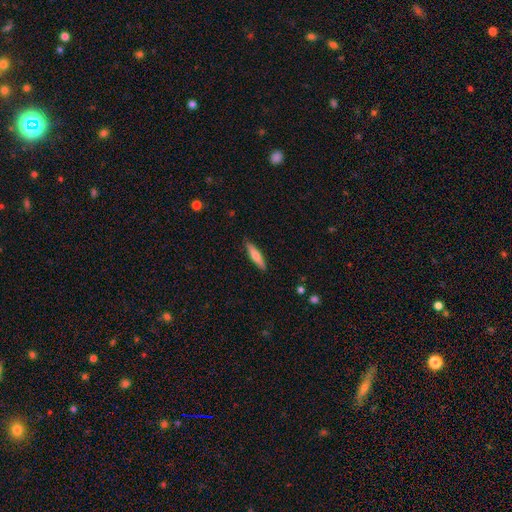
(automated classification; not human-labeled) This is likely a smooth galaxy (70%). How rounded: clearly cigar-shaped (81%). Merging: clearly none (88%).